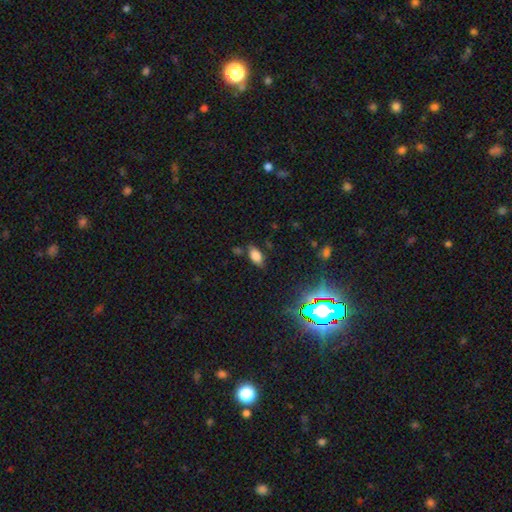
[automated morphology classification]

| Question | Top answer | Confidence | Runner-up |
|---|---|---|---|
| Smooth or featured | smooth | 78% | star or artifact (14%) |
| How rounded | in between | 91% | cigar-shaped (5%) |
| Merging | none | 73% | minor disturbance (18%) |